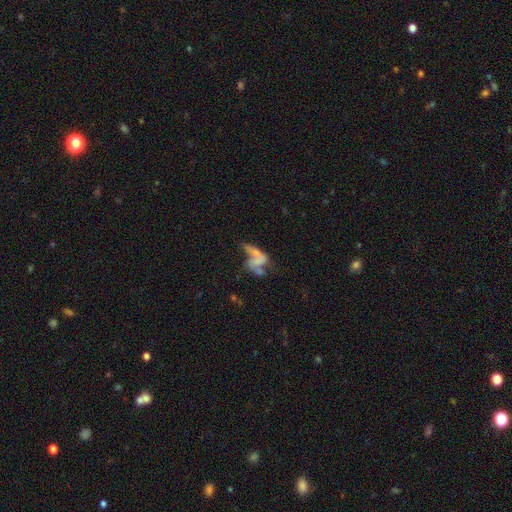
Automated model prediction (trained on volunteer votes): smooth_or_featured: featured or disk (p=0.52) [alt: smooth p=0.32]
disk_edge_on: no (p=0.93) [alt: yes p=0.07]
merging: merger (p=0.37) [alt: major disturbance p=0.32]